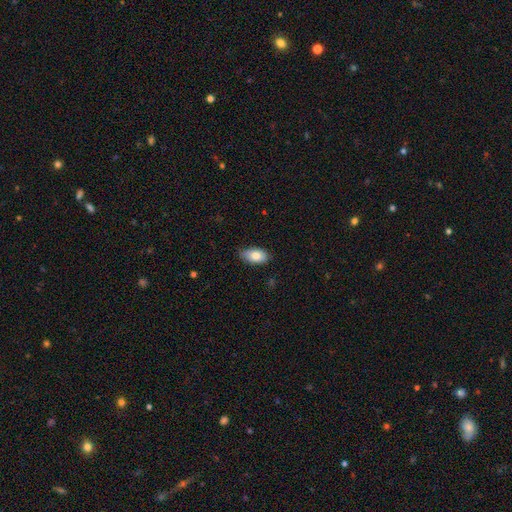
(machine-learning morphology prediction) This is clearly a smooth galaxy (81%). How rounded: clearly in between (93%). Merging: likely none (78%).